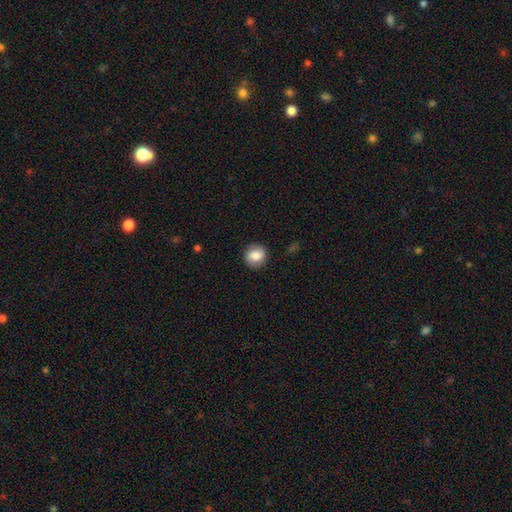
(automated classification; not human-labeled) Overall: smooth (80%). How rounded: round (85%). Merging: none (88%).